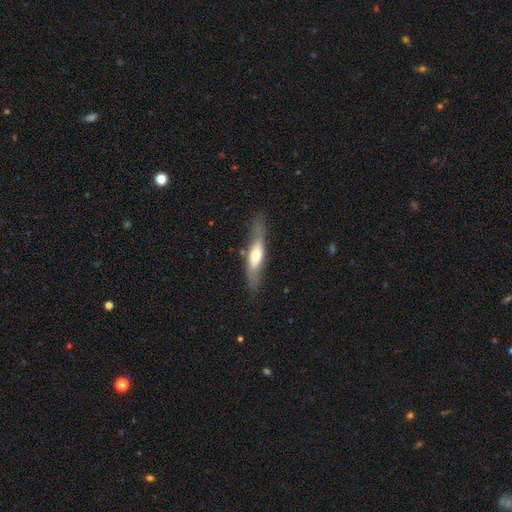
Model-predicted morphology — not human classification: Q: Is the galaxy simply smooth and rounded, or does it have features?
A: featured or disk — 54%.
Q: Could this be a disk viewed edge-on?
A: yes — 73%.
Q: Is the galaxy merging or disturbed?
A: none — 71%.